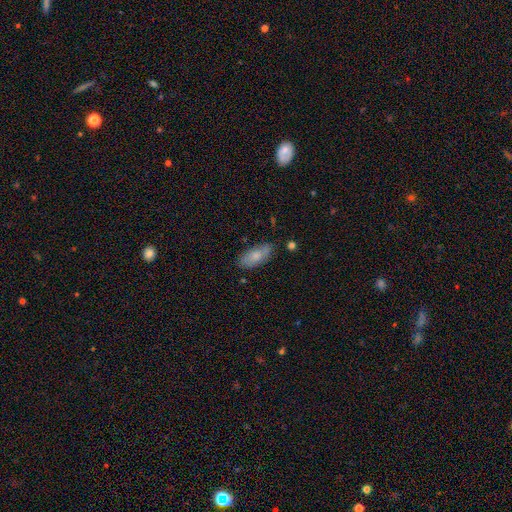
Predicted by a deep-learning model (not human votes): Overall: smooth (76%). How rounded: in between (85%). Merging: none (77%).